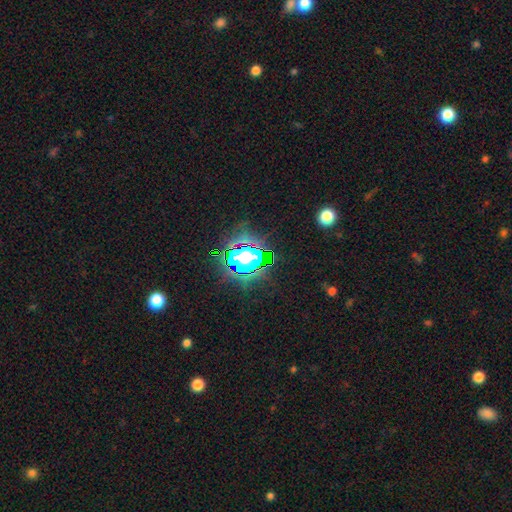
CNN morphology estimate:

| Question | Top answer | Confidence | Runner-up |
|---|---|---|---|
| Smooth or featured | star or artifact | 62% | smooth (23%) |